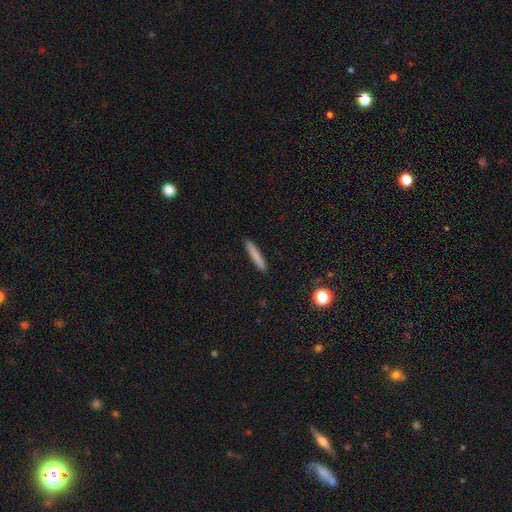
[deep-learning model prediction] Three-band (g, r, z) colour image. It shows a smooth galaxy with no disk features (80%) that is cigar-shaped (95%). Merging: none (92%).